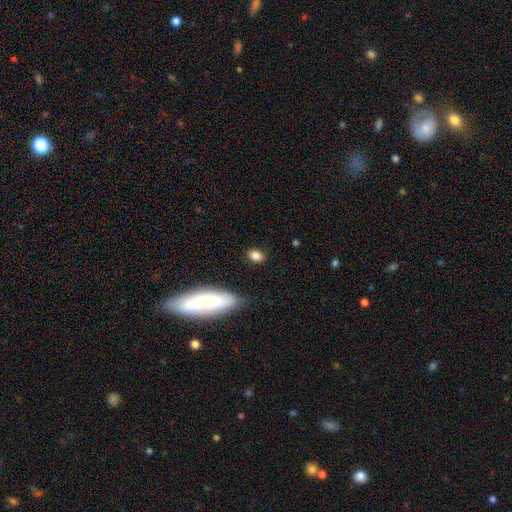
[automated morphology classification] Smooth or featured: smooth — 83% (star or artifact — 9%)
How rounded: in between — 66% (round — 31%)
Merging: none — 83% (minor disturbance — 12%)